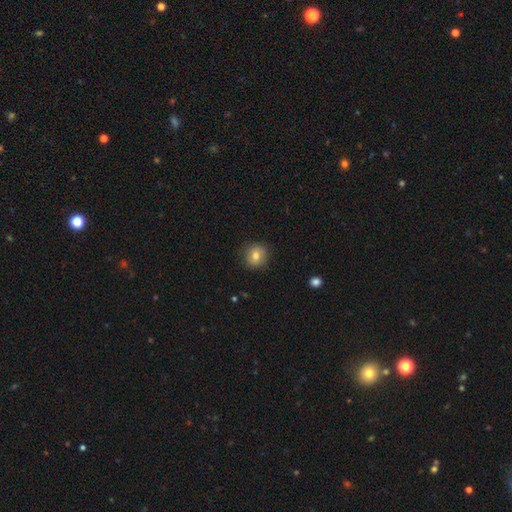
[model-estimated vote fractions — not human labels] smooth_or_featured: smooth (p=0.77) [alt: featured or disk p=0.13]
how_rounded: round (p=0.89) [alt: in between p=0.10]
merging: none (p=0.87) [alt: minor disturbance p=0.10]